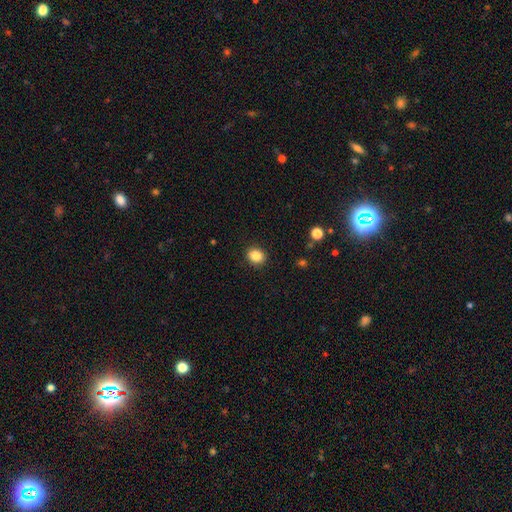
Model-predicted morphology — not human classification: A smooth galaxy with no disk features (86%) that is round (65%).

Vote fractions:
- Smooth or featured? smooth: 86% / star or artifact: 10% / featured or disk: 4%
- How rounded? round: 65% / in between: 34% / cigar-shaped: 1%
- Merging? none: 90% / minor disturbance: 7% / major disturbance: 2% / merger: 1%